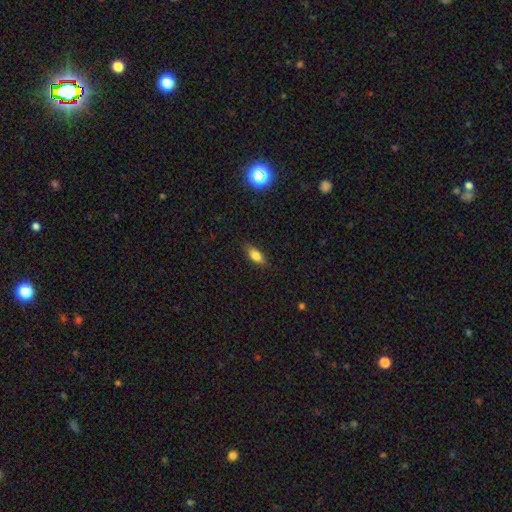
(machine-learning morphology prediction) Smooth or featured?
  - smooth: 78% *
  - featured or disk: 13%
  - star or artifact: 9%
How rounded?
  - in between: 79% *
  - cigar-shaped: 17%
  - round: 4%
Merging?
  - none: 82% *
  - minor disturbance: 14%
  - major disturbance: 3%
  - merger: 1%